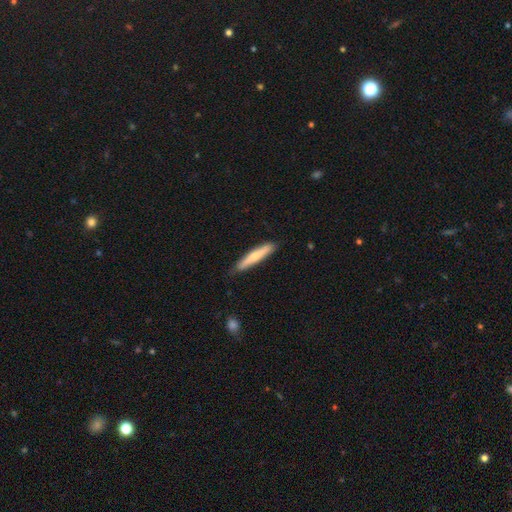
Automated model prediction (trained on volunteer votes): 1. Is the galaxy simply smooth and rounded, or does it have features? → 61% smooth, 34% featured or disk, 5% star or artifact.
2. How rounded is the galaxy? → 91% cigar-shaped, 7% in between, 1% round.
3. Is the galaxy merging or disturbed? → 85% none, 12% minor disturbance, 2% major disturbance, 1% merger.